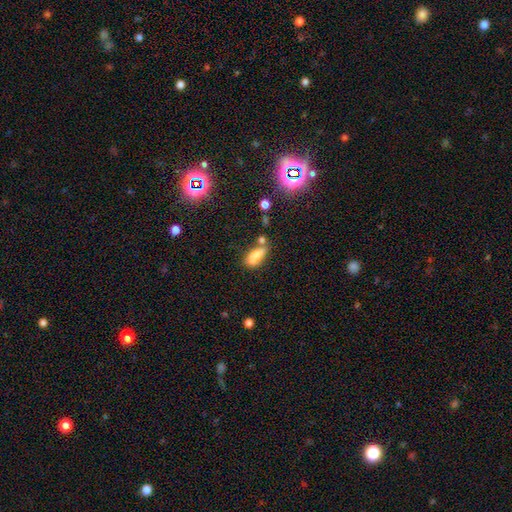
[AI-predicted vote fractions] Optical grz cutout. It shows a smooth galaxy with no disk features (76%) that is in between round and cigar-shaped (75%). Merging: none (48%).